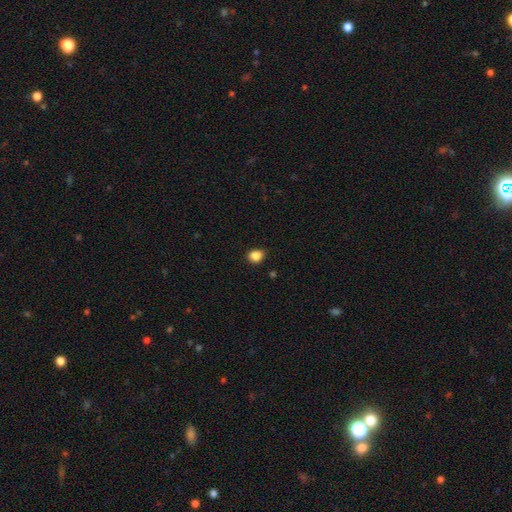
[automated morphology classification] This is clearly a smooth galaxy (86%). How rounded: likely round (65%). Merging: clearly none (84%).